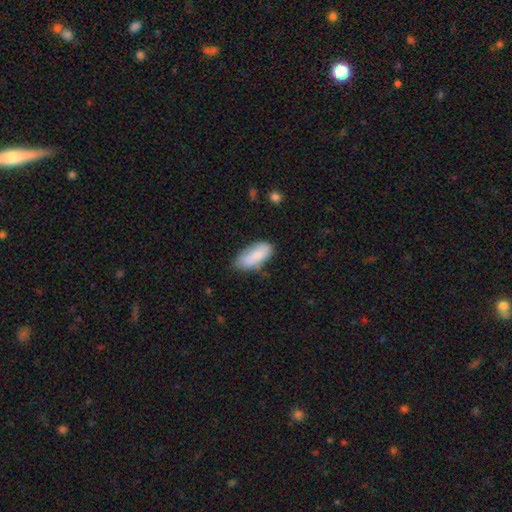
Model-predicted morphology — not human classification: A smooth galaxy with no disk features (82%) that is in between round and cigar-shaped (88%). Merging: none (63%).